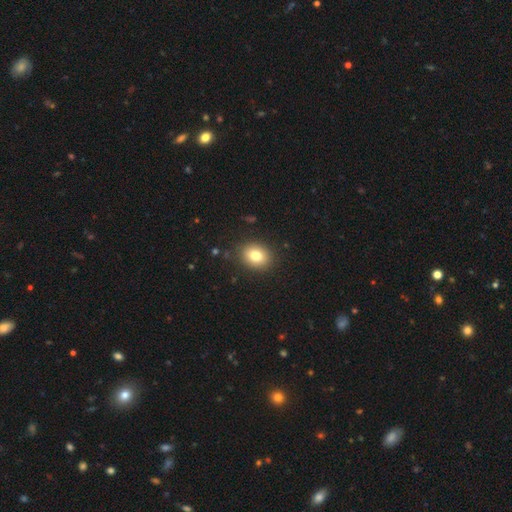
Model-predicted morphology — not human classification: Smooth or featured? smooth (80%)
How rounded? round (54%)
Merging? none (88%)